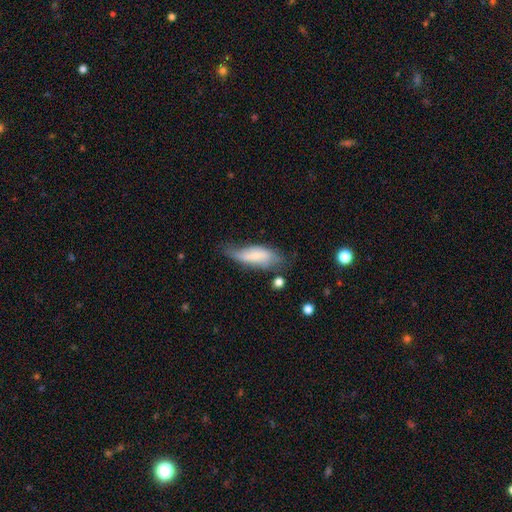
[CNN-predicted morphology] smooth_or_featured: smooth (p=0.55) [alt: featured or disk p=0.37]
how_rounded: in between (p=0.65) [alt: cigar-shaped p=0.33]
merging: none (p=0.45) [alt: minor disturbance p=0.36]